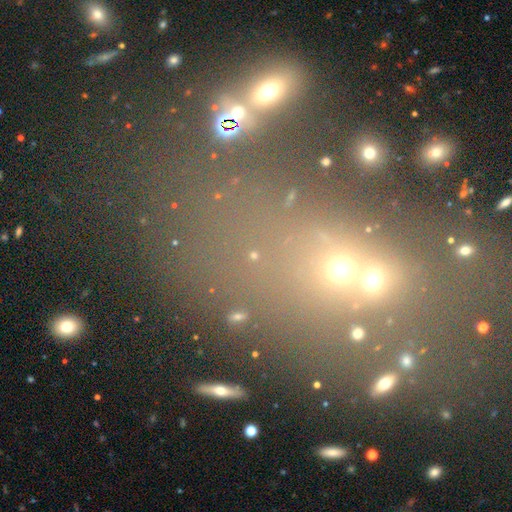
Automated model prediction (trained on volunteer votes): Smooth or featured: smooth — 42% (star or artifact — 41%)
Merging: none — 40% (merger — 39%)